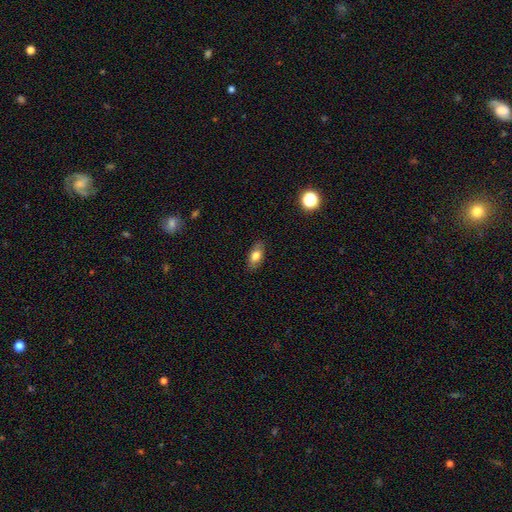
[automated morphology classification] Smooth or featured? Predicted: smooth (p=0.76). How rounded? Predicted: in between (p=0.87). Merging? Predicted: none (p=0.85).